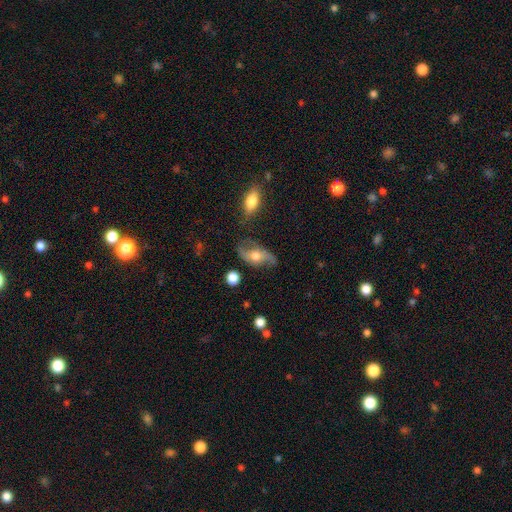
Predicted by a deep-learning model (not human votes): featured or disk 68%, smooth 24%, star or artifact 8%. Down the decision tree: edge-on disk — no (89%); bar — no (65%); spiral arms — yes (85%); spiral arm count — 2 (89%); spiral winding — loose (73%); bulge size — moderate (68%); merging — none (61%).